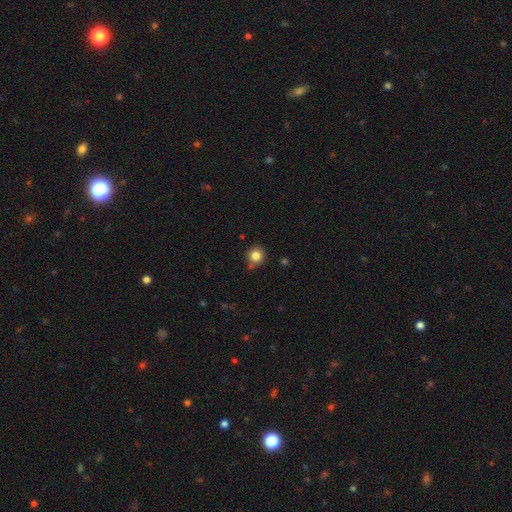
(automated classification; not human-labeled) Smooth or featured: smooth — 83% (star or artifact — 11%)
How rounded: round — 90% (in between — 9%)
Merging: none — 76% (minor disturbance — 16%)